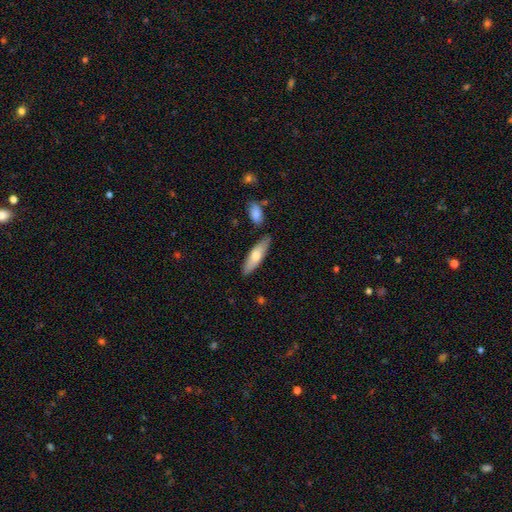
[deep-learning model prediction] Overall: smooth (64%; featured or disk 30%). How rounded: cigar-shaped (58%; in between 40%). Merging: none (80%).